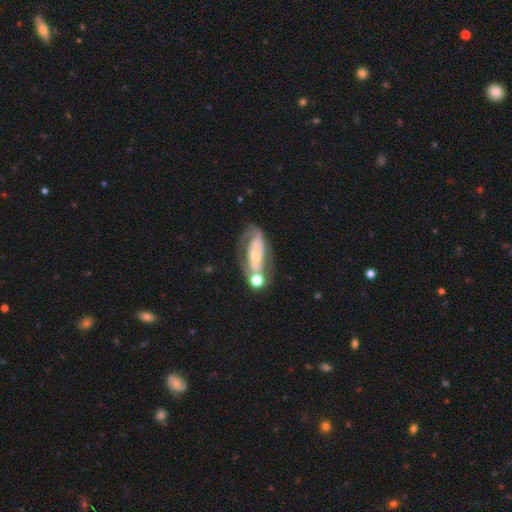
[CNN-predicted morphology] featured or disk 74%, smooth 19%, star or artifact 6%. Down the decision tree: edge-on disk — no (92%); bar — no (64%); spiral arms — yes (75%); spiral arm count — 2 (59%); spiral winding — tight (42%); bulge size — small (56%); merging — none (45%).